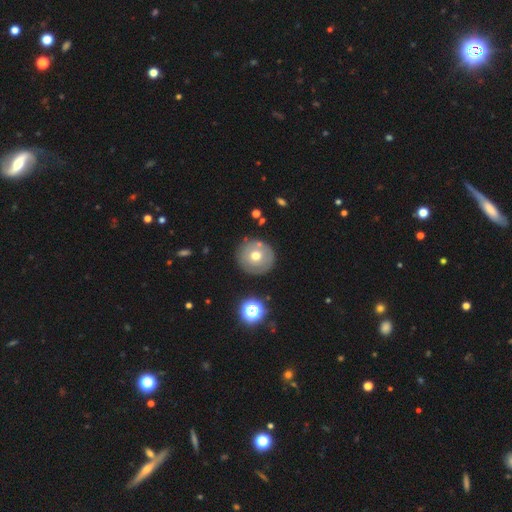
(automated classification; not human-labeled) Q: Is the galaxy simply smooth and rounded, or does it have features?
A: smooth — 58%.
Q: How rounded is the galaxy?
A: round — 93%.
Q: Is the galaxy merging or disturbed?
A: none — 83%.